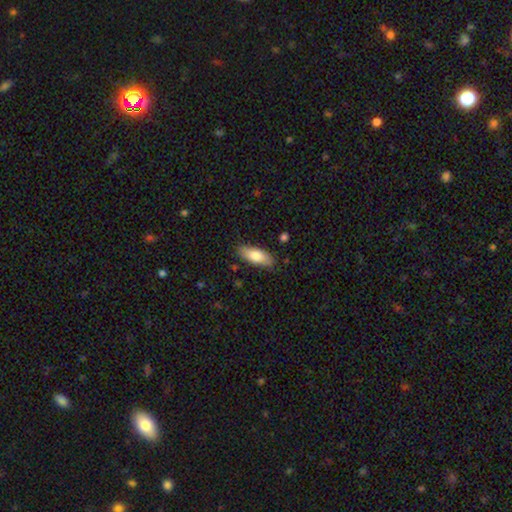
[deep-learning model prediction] Smooth or featured? smooth (78%)
How rounded? in between (76%)
Merging? none (84%)